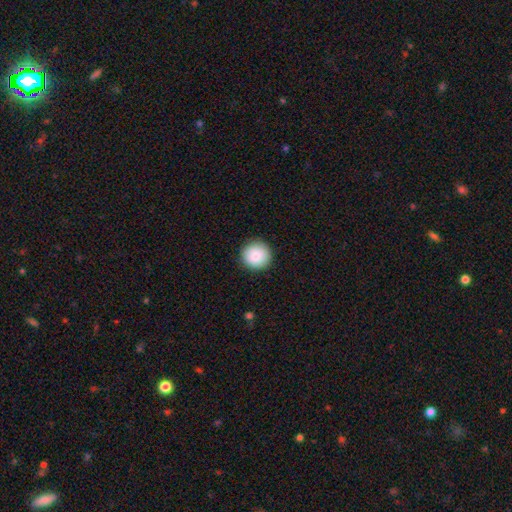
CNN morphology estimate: smooth_or_featured: smooth (p=0.87) [alt: star or artifact p=0.07]
how_rounded: round (p=0.95) [alt: in between p=0.04]
merging: none (p=0.91) [alt: minor disturbance p=0.06]